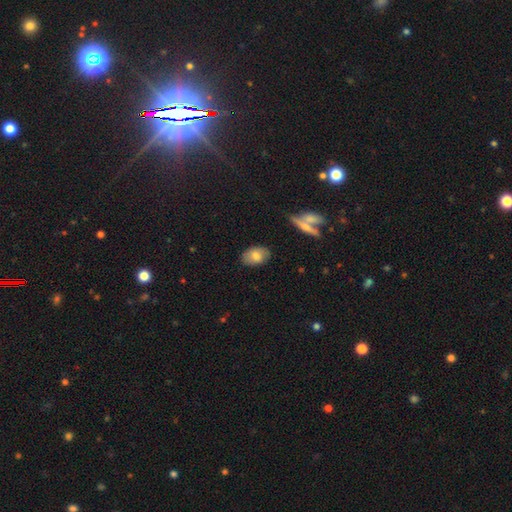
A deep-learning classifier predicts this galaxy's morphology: Smooth or featured?
  - smooth: 77% *
  - featured or disk: 15%
  - star or artifact: 8%
How rounded?
  - in between: 88% *
  - round: 11%
  - cigar-shaped: 2%
Merging?
  - none: 83% *
  - minor disturbance: 12%
  - major disturbance: 3%
  - merger: 2%